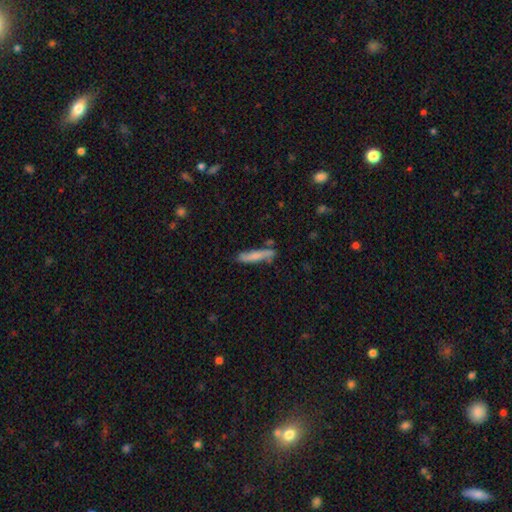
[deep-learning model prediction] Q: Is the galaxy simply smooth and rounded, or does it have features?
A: smooth — 69%.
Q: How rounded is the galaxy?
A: cigar-shaped — 88%.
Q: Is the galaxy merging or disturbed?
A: none — 72%.